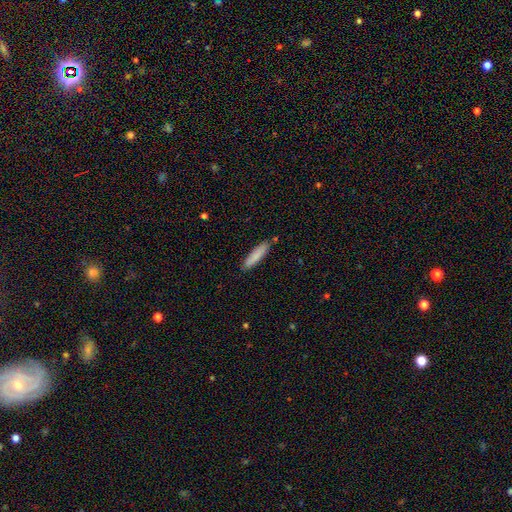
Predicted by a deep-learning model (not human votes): Morphology: type=smooth (83%); roundness=cigar-shaped (83%); merging=none (85%).